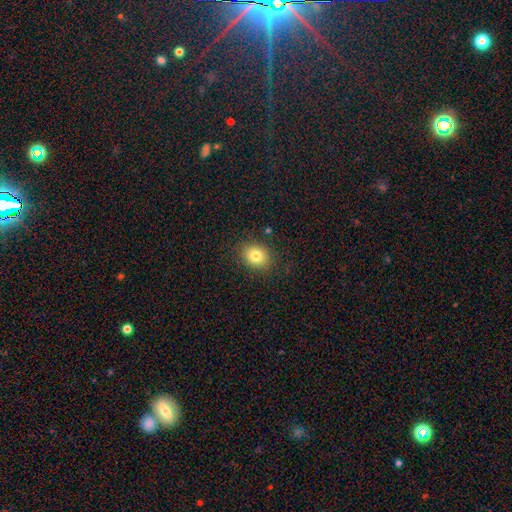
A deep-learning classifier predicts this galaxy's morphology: Smooth or featured? Predicted: smooth (p=0.81). How rounded? Predicted: round (p=0.56). Merging? Predicted: none (p=0.87).